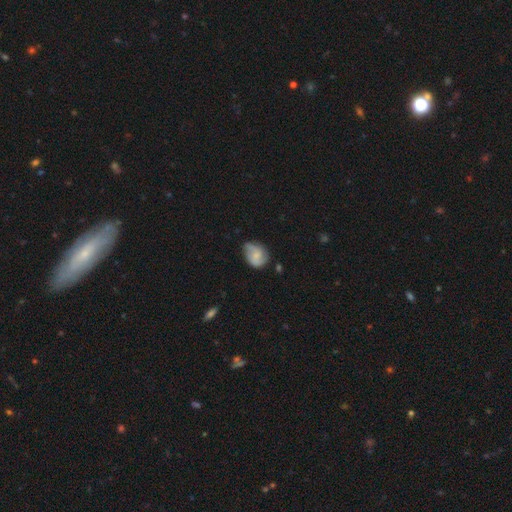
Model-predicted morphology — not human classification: Smooth or featured? featured or disk (48%)
Merging? none (56%)